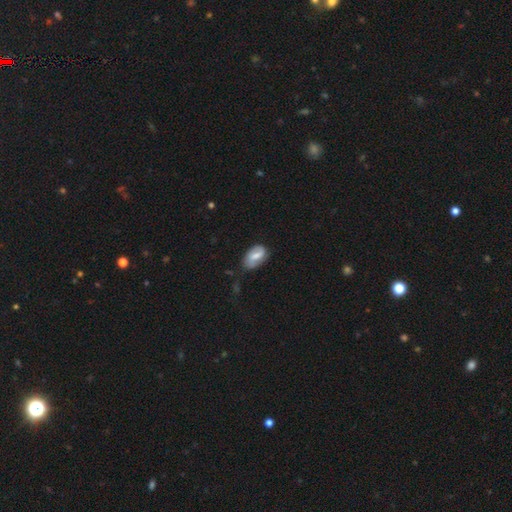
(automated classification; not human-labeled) Q: Smooth or featured?
A: smooth (48%); runner-up: featured or disk (45%)
Q: Merging?
A: none (57%); runner-up: minor disturbance (31%)